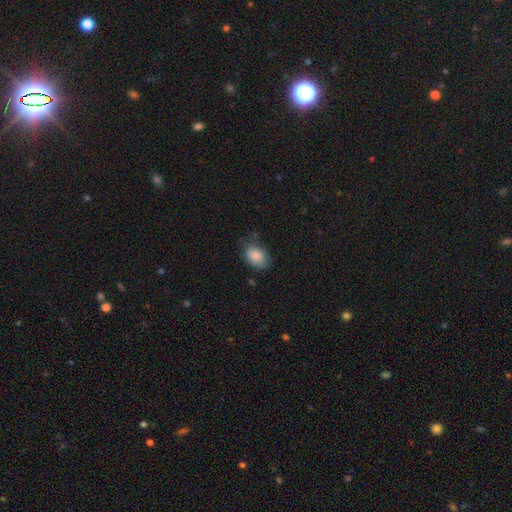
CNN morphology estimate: Smooth or featured: smooth — 85% (featured or disk — 8%)
How rounded: in between — 79% (round — 20%)
Merging: none — 68% (minor disturbance — 24%)